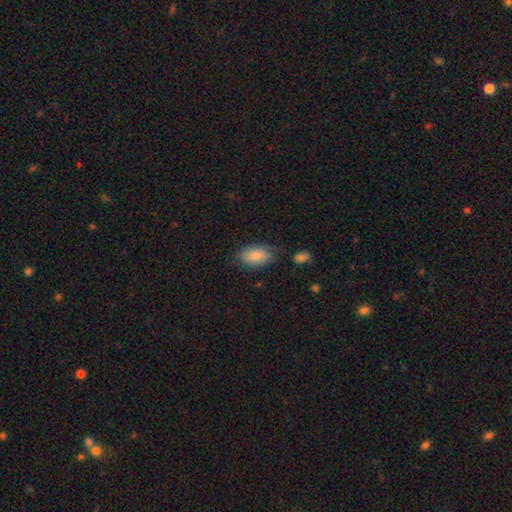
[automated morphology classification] smooth-or-featured: smooth: 83% | featured or disk: 10% | star or artifact: 6%
  how-rounded: in between: 93% | round: 5% | cigar-shaped: 2%
  merging: none: 70% | minor disturbance: 21% | major disturbance: 6% | merger: 4%